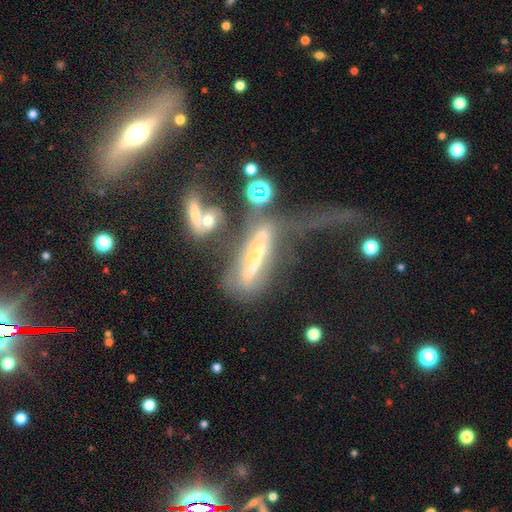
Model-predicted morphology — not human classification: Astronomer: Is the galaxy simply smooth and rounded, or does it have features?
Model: featured or disk — 57%.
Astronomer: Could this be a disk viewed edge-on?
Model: no — 53% (runner-up: yes, 47%).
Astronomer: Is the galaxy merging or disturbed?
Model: major disturbance — 44% (runner-up: merger, 30%).